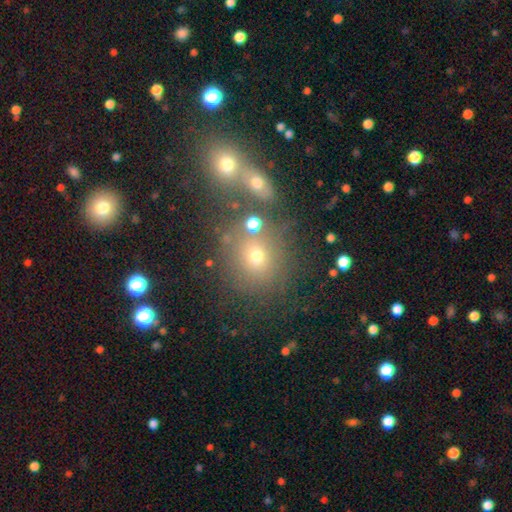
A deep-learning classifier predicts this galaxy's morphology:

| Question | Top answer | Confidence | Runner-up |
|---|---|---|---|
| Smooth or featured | smooth | 58% | star or artifact (29%) |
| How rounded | round | 83% | in between (16%) |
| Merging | none | 66% | merger (18%) |